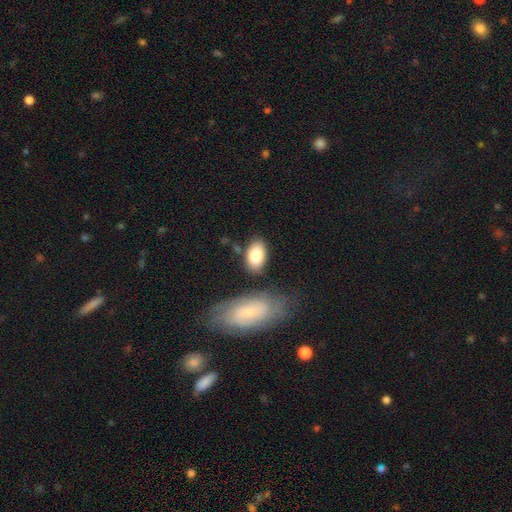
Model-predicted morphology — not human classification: Smooth or featured?
  - smooth: 84% *
  - featured or disk: 9%
  - star or artifact: 6%
How rounded?
  - in between: 91% *
  - round: 7%
  - cigar-shaped: 2%
Merging?
  - none: 72% *
  - minor disturbance: 15%
  - merger: 9%
  - major disturbance: 4%